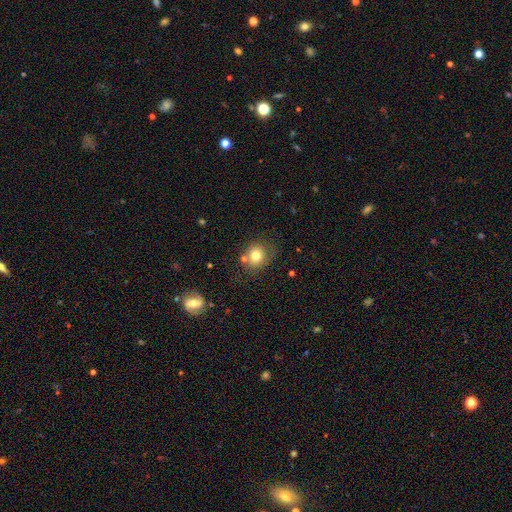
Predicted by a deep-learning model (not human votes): Smooth or featured?
  - smooth: 77% *
  - star or artifact: 12%
  - featured or disk: 11%
How rounded?
  - round: 74% *
  - in between: 25%
  - cigar-shaped: 1%
Merging?
  - none: 67% *
  - minor disturbance: 17%
  - merger: 10%
  - major disturbance: 6%